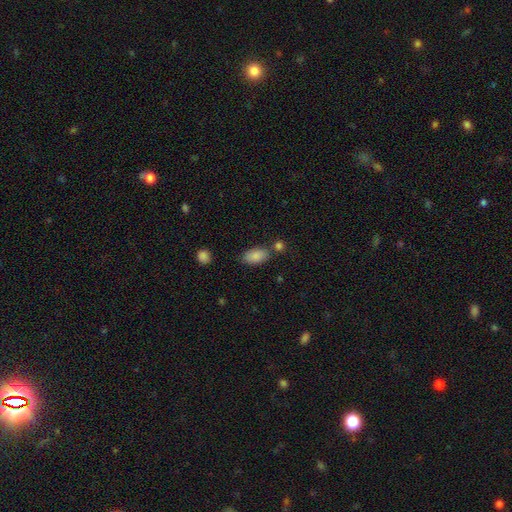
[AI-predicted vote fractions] The model was most divided on "merging": none: 71%, minor disturbance: 14%, merger: 11%, major disturbance: 4%. More confident: how rounded — in between (93%); smooth or featured — smooth (86%).